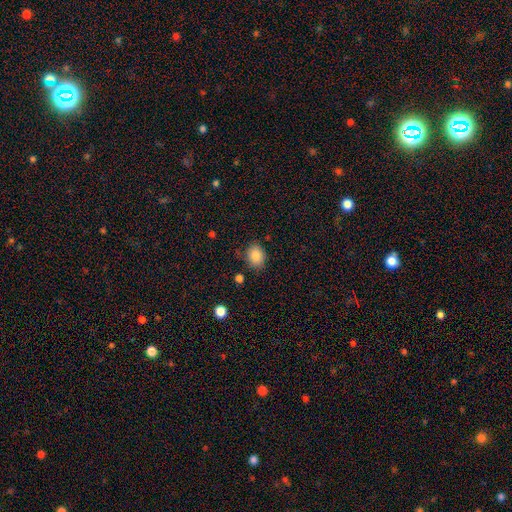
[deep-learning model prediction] A smooth galaxy with no disk features (87%) that is in between round and cigar-shaped (54%).

Vote fractions:
- Smooth or featured? smooth: 87% / star or artifact: 9% / featured or disk: 4%
- How rounded? in between: 54% / round: 46% / cigar-shaped: 1%
- Merging? none: 80% / minor disturbance: 14% / major disturbance: 4% / merger: 3%